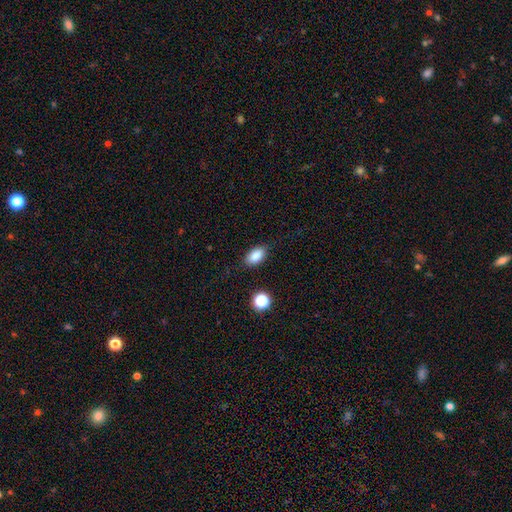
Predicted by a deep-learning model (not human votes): This is clearly a smooth galaxy (86%). How rounded: clearly in between (90%). Merging: clearly none (84%).